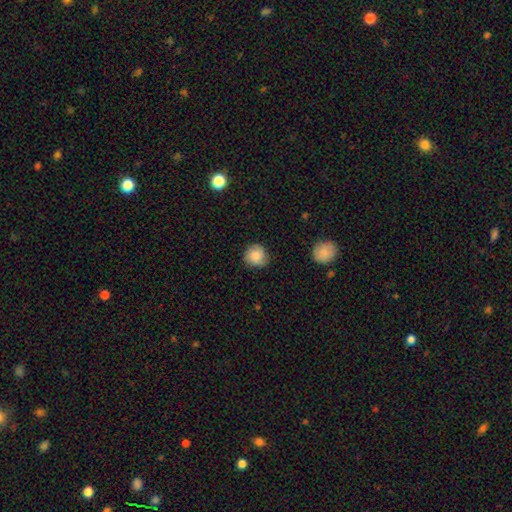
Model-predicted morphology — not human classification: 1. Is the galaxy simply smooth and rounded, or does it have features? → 76% smooth, 16% featured or disk, 8% star or artifact.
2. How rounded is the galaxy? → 88% round, 11% in between, 1% cigar-shaped.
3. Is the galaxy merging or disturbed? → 77% none, 18% minor disturbance, 4% major disturbance, 1% merger.